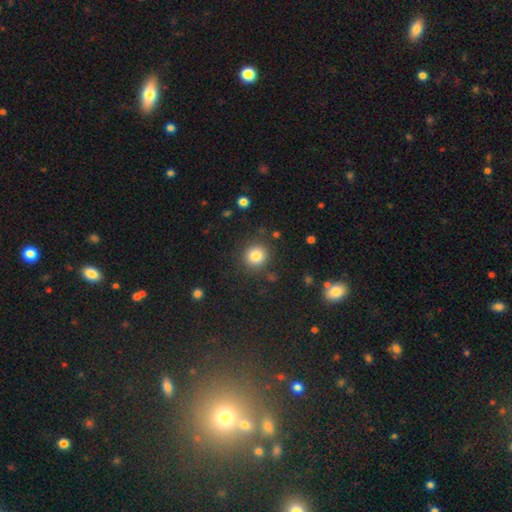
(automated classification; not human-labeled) Smooth or featured: smooth — 83% (star or artifact — 11%)
How rounded: round — 91% (in between — 8%)
Merging: none — 87% (minor disturbance — 8%)